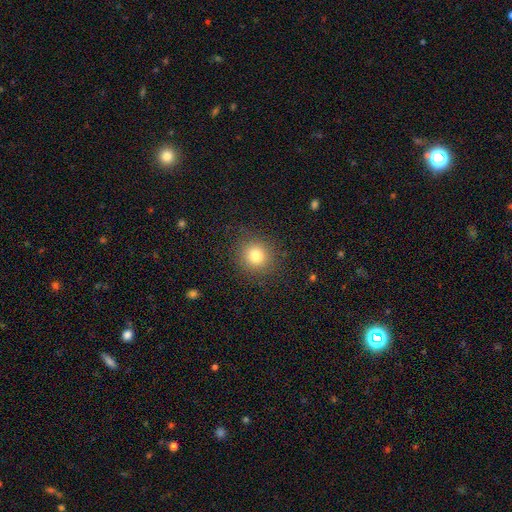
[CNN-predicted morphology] This is likely a smooth galaxy (80%). How rounded: clearly round (88%). Merging: clearly none (88%).